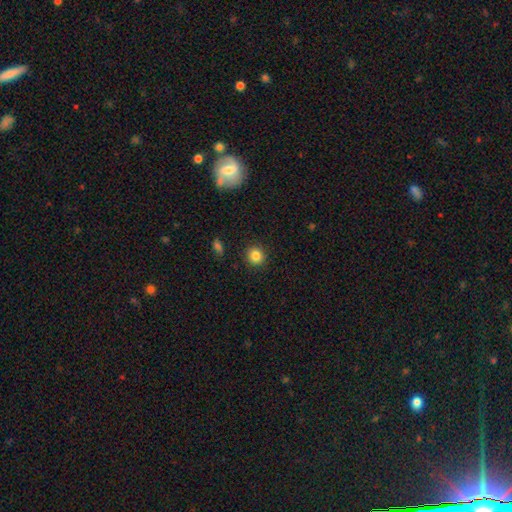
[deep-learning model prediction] This is clearly a smooth galaxy (84%). How rounded: clearly round (90%). Merging: clearly none (90%).